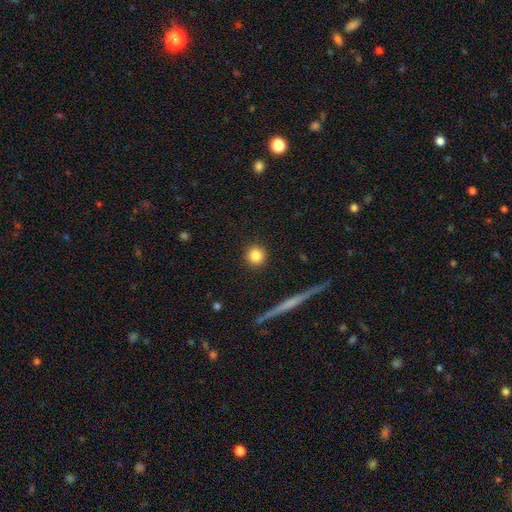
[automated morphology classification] smooth_or_featured: smooth (p=0.82) [alt: star or artifact p=0.10]
how_rounded: round (p=0.94) [alt: in between p=0.05]
merging: none (p=0.91) [alt: minor disturbance p=0.05]